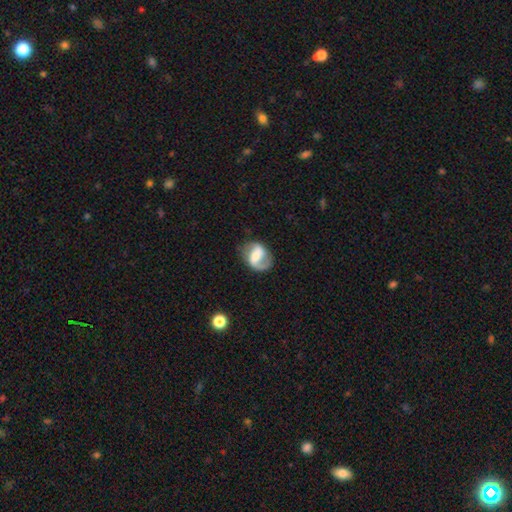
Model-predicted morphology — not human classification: smooth-or-featured: featured or disk: 67% | smooth: 26% | star or artifact: 7%
  disk-edge-on: no: 97% | yes: 3%
    bar: strong: 40% (tied) | weak: 40% (tied) | no: 21%
    has-spiral-arms: yes: 85% | no: 15%
      spiral-winding: loose: 41% (tied) | medium: 41% (tied) | tight: 18%
      spiral-arm-count: 2: 69% | 1: 23% | can't tell: 6% | 3: 1% | 4: 1% | more than 4: 1%
    bulge-size: moderate: 32% | small: 25% | large: 21% | none: 18% | dominant: 4%
  merging: none: 61% | minor disturbance: 22% | major disturbance: 15% | merger: 2%